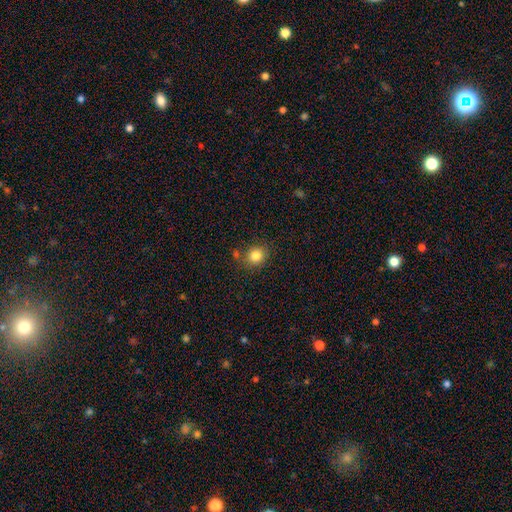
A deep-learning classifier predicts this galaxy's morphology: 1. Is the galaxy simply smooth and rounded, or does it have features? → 82% smooth, 11% star or artifact, 6% featured or disk.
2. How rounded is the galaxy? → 79% round, 21% in between, 1% cigar-shaped.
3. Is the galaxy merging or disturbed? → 77% none, 12% minor disturbance, 9% merger, 3% major disturbance.